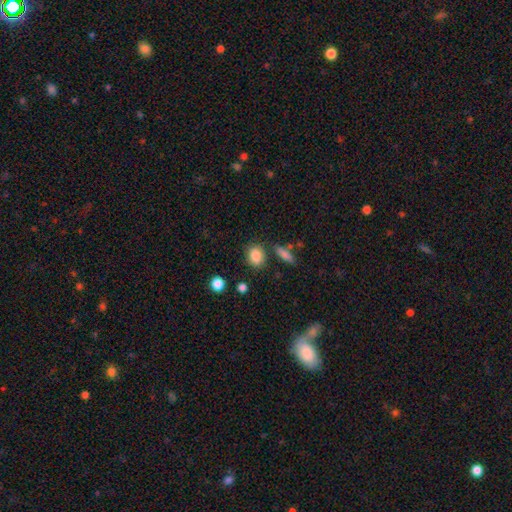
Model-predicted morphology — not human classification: Smooth or featured?
  - smooth: 86% *
  - star or artifact: 9%
  - featured or disk: 5%
How rounded?
  - in between: 53% *
  - round: 45%
  - cigar-shaped: 2%
Merging?
  - none: 76% *
  - minor disturbance: 13%
  - merger: 6%
  - major disturbance: 4%